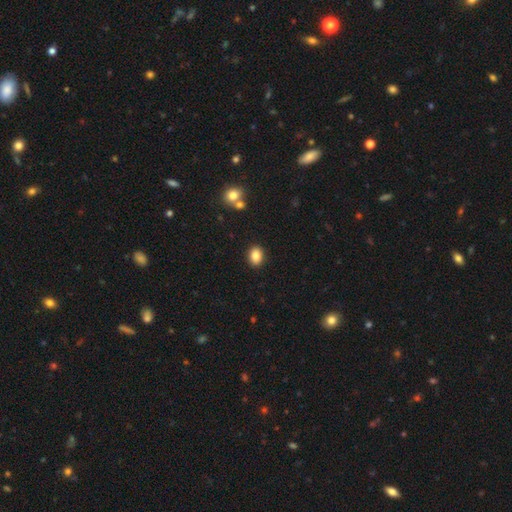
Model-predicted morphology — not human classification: Smooth or featured? Predicted: smooth (p=0.86). How rounded? Predicted: in between (p=0.66). Merging? Predicted: none (p=0.90).